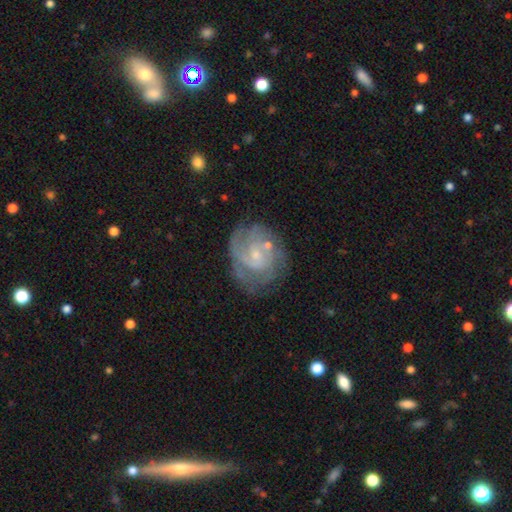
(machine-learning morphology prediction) Overall: featured or disk (80%). Edge-on disk: no (98%). Bar: no (60%; weak 35%). Spiral arms: yes (91%). Spiral arm count: can't tell (32%; 2 26%). Spiral winding: tight (55%; medium 35%). Bulge size: small (70%). Merging: none (64%).